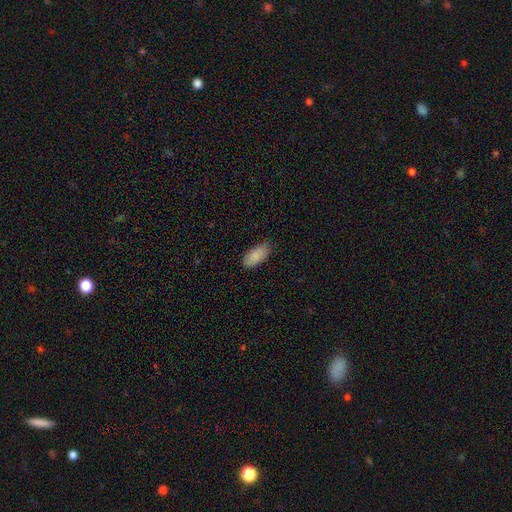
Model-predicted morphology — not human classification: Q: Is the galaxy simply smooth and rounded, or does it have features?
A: smooth — 89%.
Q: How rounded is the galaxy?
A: in between — 92%.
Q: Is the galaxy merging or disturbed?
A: none — 81%.